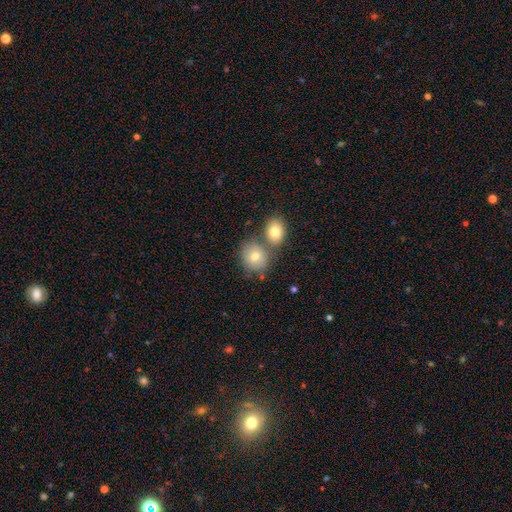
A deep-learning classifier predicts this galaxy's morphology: smooth 76%, featured or disk 14%, star or artifact 10%. Down the decision tree: how rounded — round (69%); merging — none (51%).